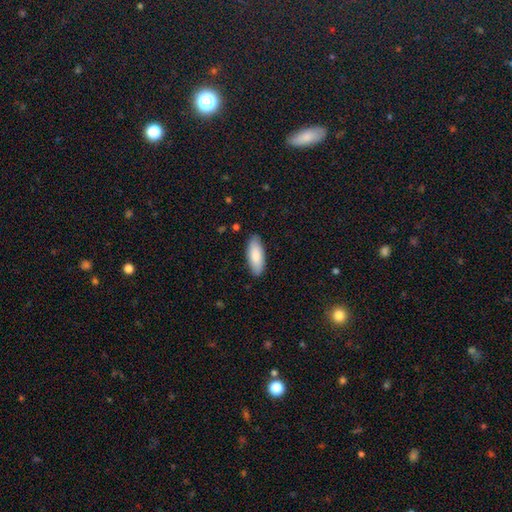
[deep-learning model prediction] This is clearly a smooth galaxy (87%). How rounded: clearly in between (81%). Merging: clearly none (87%).